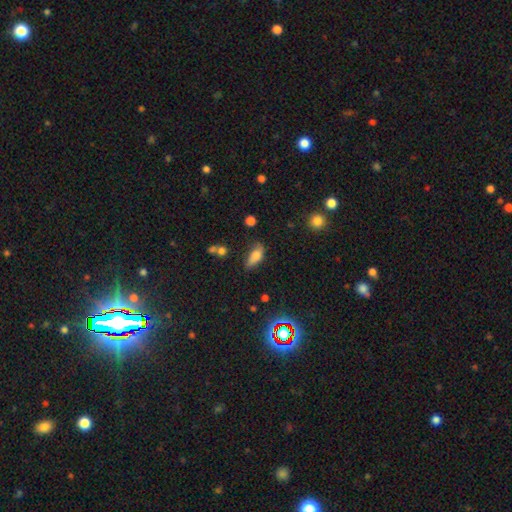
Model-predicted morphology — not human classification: This appears to be a smooth galaxy with no disk features (71%) that is in between round and cigar-shaped (77%). Merging: none (51%).